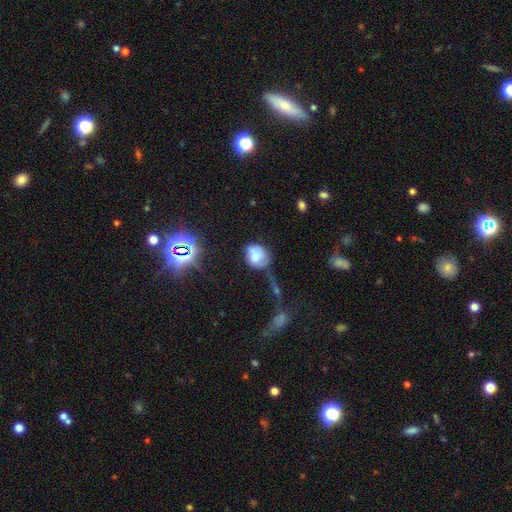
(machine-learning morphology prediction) Smooth or featured? Predicted: smooth (p=0.53). How rounded? Predicted: round (p=0.64). Merging? Predicted: none (p=0.41).